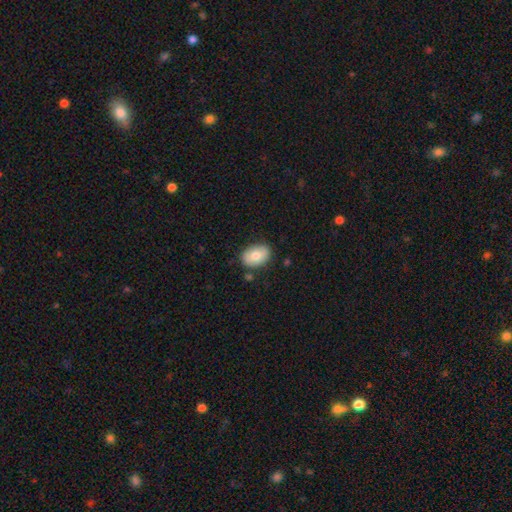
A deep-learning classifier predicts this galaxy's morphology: A smooth galaxy with no disk features (74%) that is in between round and cigar-shaped (83%). Merging: none (81%).